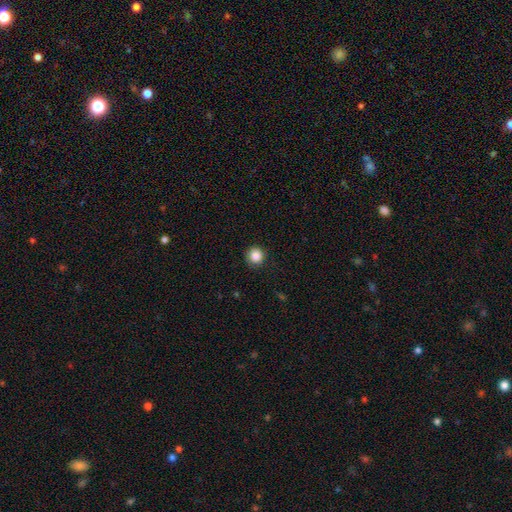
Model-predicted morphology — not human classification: Overall: smooth (87%). How rounded: round (94%). Merging: none (89%).